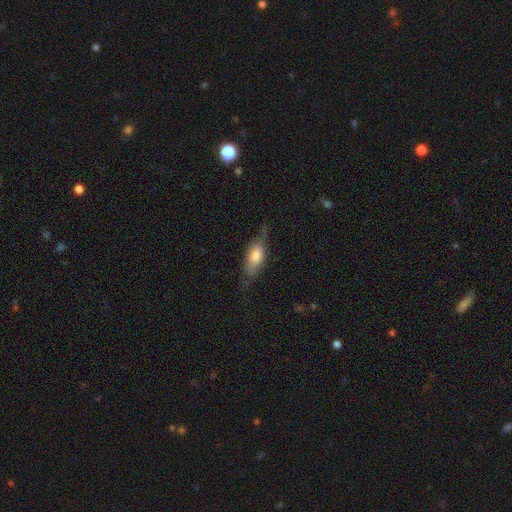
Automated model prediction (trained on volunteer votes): Morphology: type=smooth (66%); roundness=in between (75%); merging=none (55%).